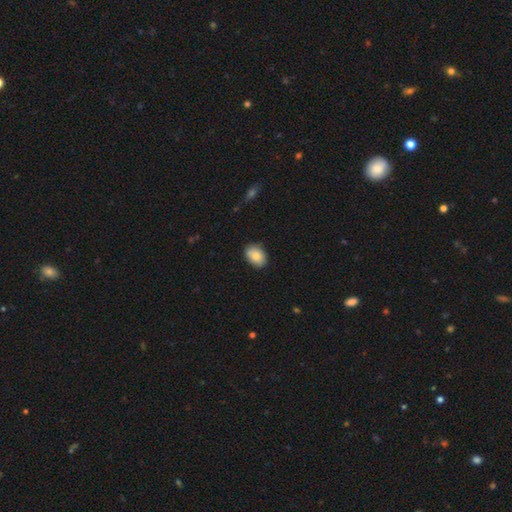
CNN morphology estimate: A smooth galaxy with no disk features (82%) that is in between round and cigar-shaped (81%).

Vote fractions:
- Smooth or featured? smooth: 82% / featured or disk: 11% / star or artifact: 7%
- How rounded? in between: 81% / round: 18% / cigar-shaped: 1%
- Merging? none: 82% / minor disturbance: 14% / major disturbance: 2% / merger: 1%